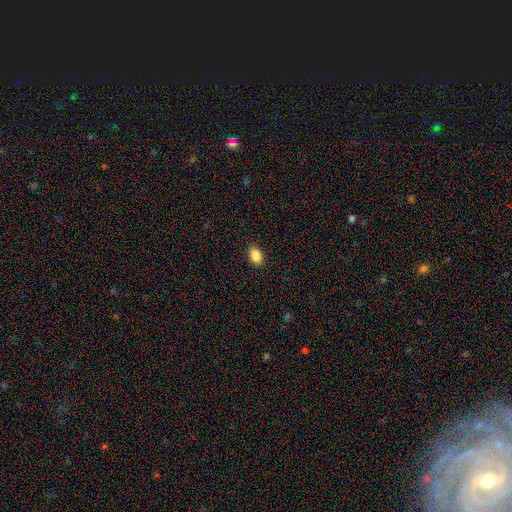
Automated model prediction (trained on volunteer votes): smooth_or_featured: smooth (p=0.86) [alt: star or artifact p=0.08]
how_rounded: in between (p=0.85) [alt: round p=0.14]
merging: none (p=0.89) [alt: minor disturbance p=0.08]